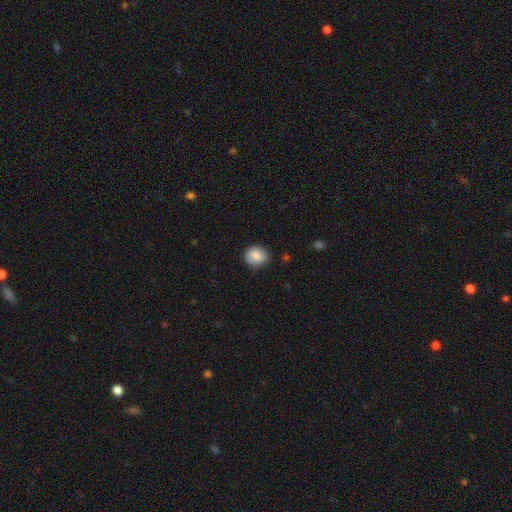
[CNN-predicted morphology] Smooth or featured? Predicted: smooth (p=0.86). How rounded? Predicted: round (p=0.82). Merging? Predicted: none (p=0.82).